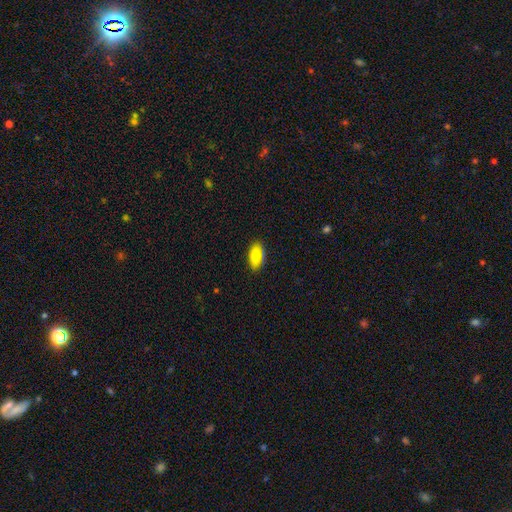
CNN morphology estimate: Smooth or featured? smooth (82%)
How rounded? in between (91%)
Merging? none (83%)